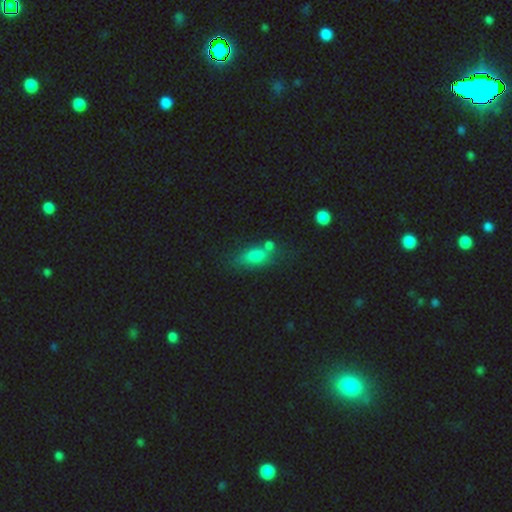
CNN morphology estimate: This is likely a smooth galaxy (73%). How rounded: likely in between (76%). Merging: possibly none (47%).